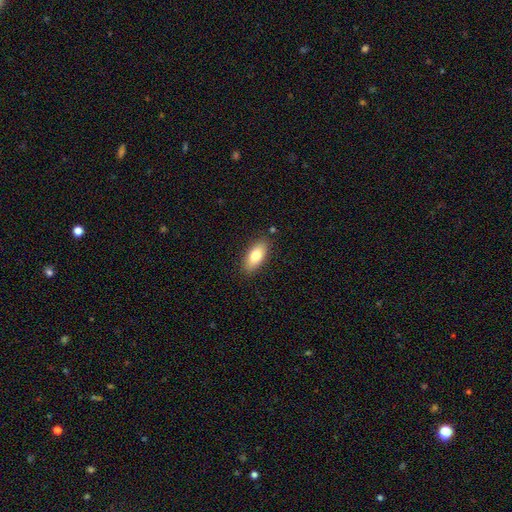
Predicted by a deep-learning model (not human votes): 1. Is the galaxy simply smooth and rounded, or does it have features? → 78% smooth, 15% featured or disk, 7% star or artifact.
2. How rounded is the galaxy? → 84% in between, 13% cigar-shaped, 3% round.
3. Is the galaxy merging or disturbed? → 86% none, 10% minor disturbance, 2% major disturbance, 2% merger.